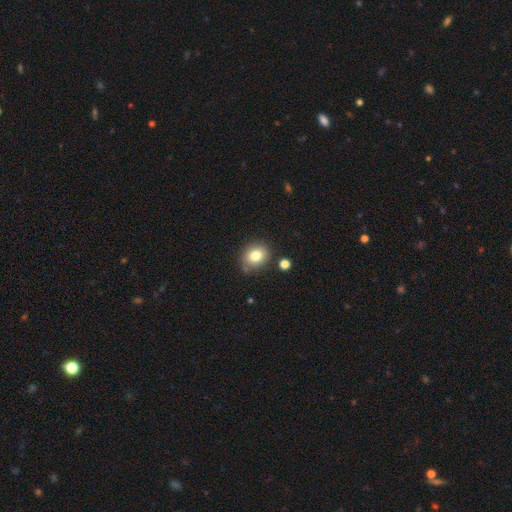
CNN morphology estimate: smooth 80%, star or artifact 10%, featured or disk 10%. Down the decision tree: how rounded — round (60%); merging — none (75%).